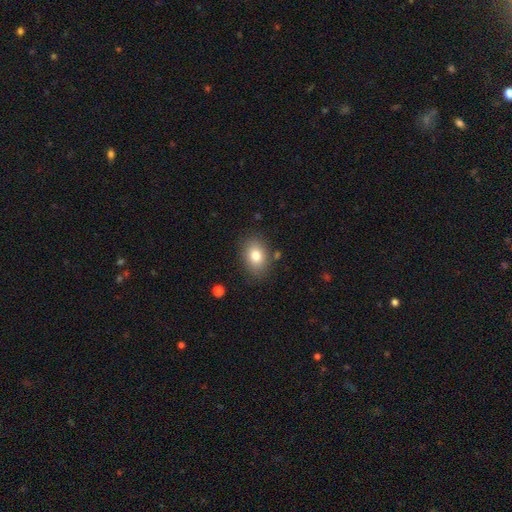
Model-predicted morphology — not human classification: Overall: smooth (79%). How rounded: in between (70%). Merging: none (83%).